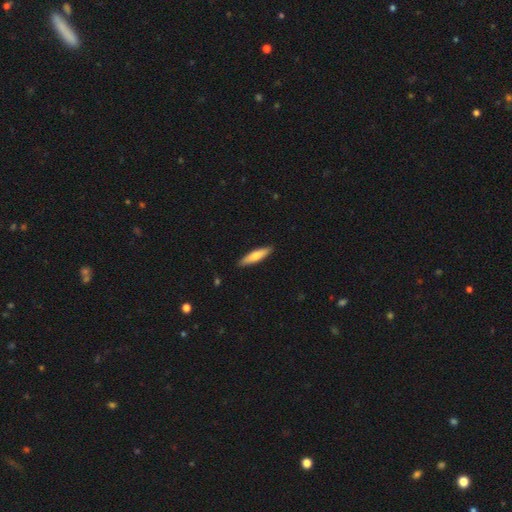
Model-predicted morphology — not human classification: The model was most divided on "smooth or featured": smooth: 68%, featured or disk: 27%, star or artifact: 5%. More confident: merging — none (90%); how rounded — cigar-shaped (80%).